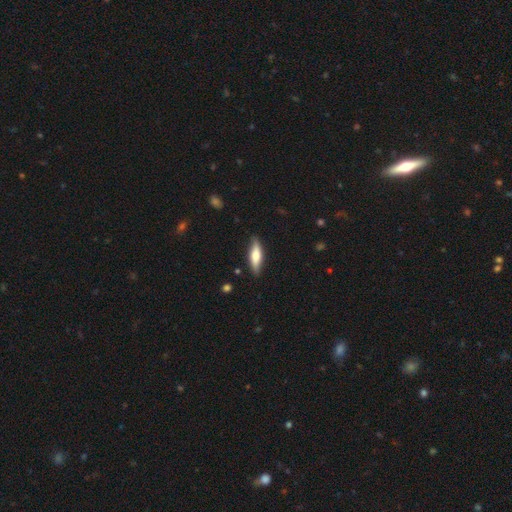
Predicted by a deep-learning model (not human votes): Q: Smooth or featured?
A: smooth (62%); runner-up: featured or disk (32%)
Q: How rounded?
A: cigar-shaped (57%); runner-up: in between (41%)
Q: Merging?
A: none (84%); runner-up: minor disturbance (12%)